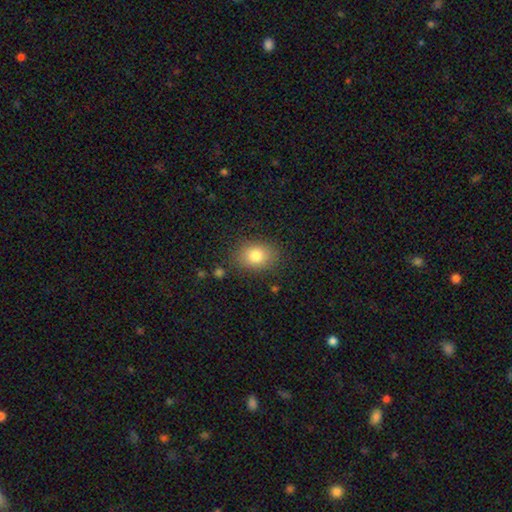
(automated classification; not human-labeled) smooth-or-featured: smooth: 82% | star or artifact: 9% | featured or disk: 9%
  how-rounded: in between: 61% | round: 38% | cigar-shaped: 1%
  merging: none: 83% | minor disturbance: 11% | major disturbance: 4% | merger: 2%